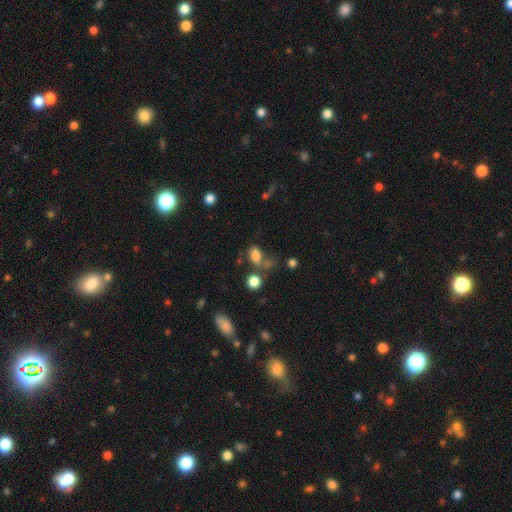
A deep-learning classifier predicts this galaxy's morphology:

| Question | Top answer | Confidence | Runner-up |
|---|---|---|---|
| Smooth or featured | smooth | 77% | star or artifact (13%) |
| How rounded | in between | 77% | round (21%) |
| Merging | none | 45% | merger (22%) |